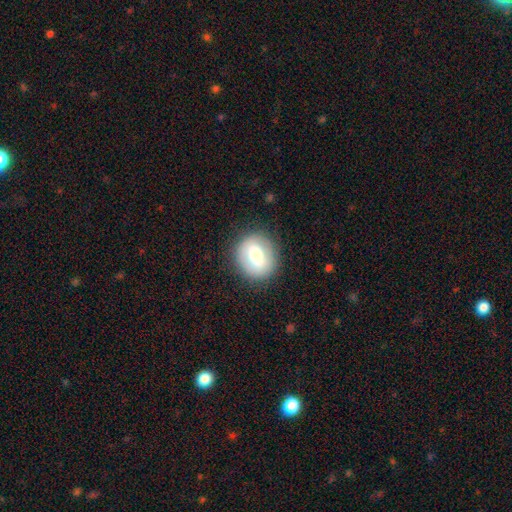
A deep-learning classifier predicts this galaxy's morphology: smooth-or-featured: smooth: 58% | featured or disk: 34% | star or artifact: 8%
  how-rounded: round: 76% | in between: 23% | cigar-shaped: 1%
  merging: none: 84% | minor disturbance: 11% | major disturbance: 4% | merger: 1%